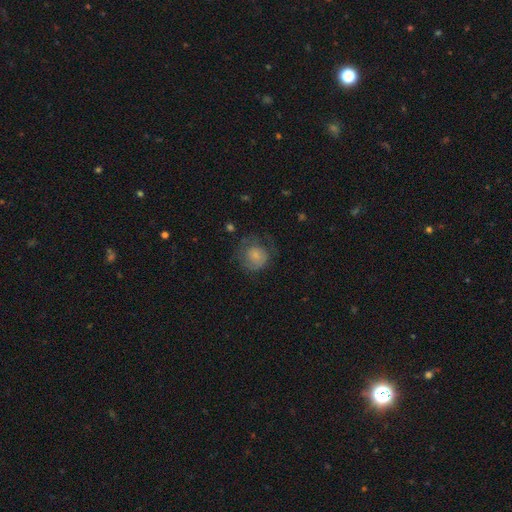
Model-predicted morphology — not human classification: Smooth or featured: smooth — 65% (featured or disk — 26%)
How rounded: round — 84% (in between — 15%)
Merging: none — 51% (minor disturbance — 24%)